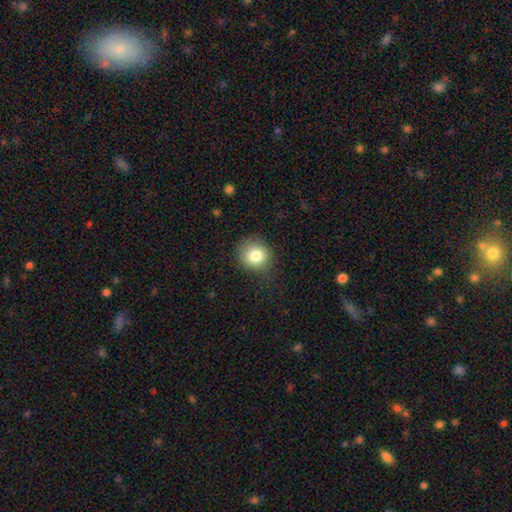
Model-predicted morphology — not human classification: Smooth or featured? Predicted: smooth (p=0.82). How rounded? Predicted: round (p=0.83). Merging? Predicted: none (p=0.78).